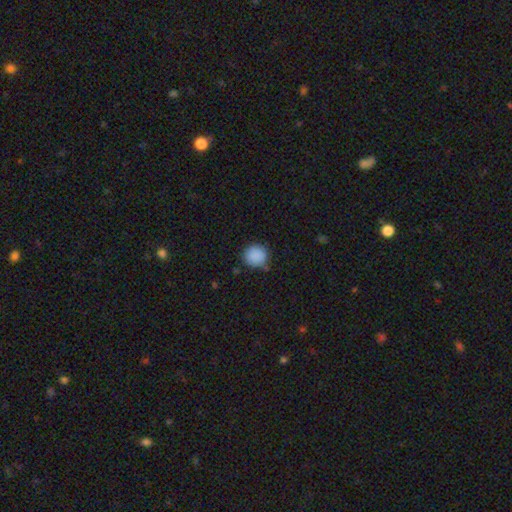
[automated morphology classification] Smooth or featured: smooth — 88% (star or artifact — 9%)
How rounded: round — 91% (in between — 8%)
Merging: none — 82% (minor disturbance — 12%)